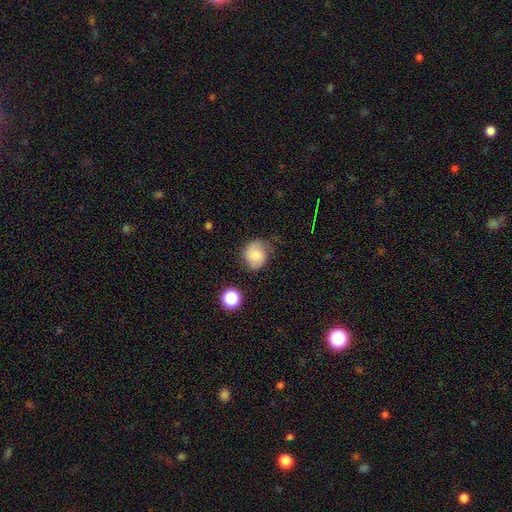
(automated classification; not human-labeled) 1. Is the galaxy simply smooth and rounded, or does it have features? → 69% smooth, 21% featured or disk, 10% star or artifact.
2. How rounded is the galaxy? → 81% round, 18% in between, 1% cigar-shaped.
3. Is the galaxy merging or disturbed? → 63% none, 25% minor disturbance, 8% major disturbance, 3% merger.